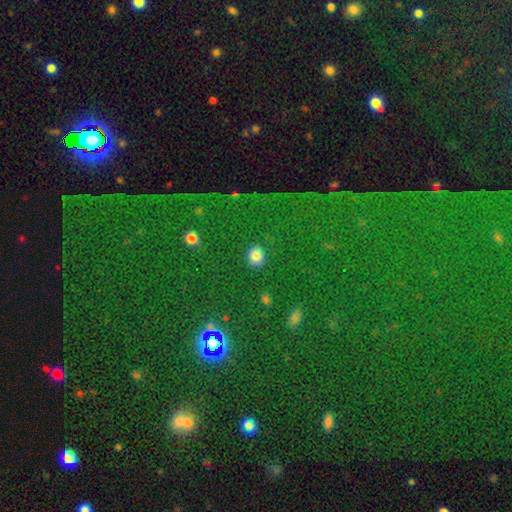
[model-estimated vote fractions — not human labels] Morphology: type=smooth (81%); roundness=round (65%); merging=none (87%).